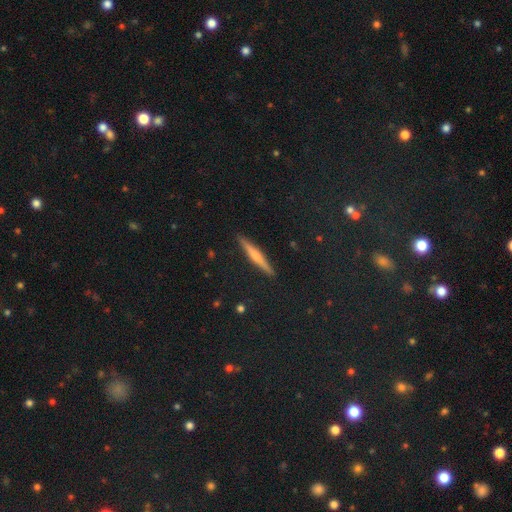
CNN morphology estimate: Q: Smooth or featured?
A: featured or disk (53%); runner-up: smooth (37%)
Q: Edge-on disk?
A: yes (96%); runner-up: no (4%)
Q: Edge-on bulge?
A: rounded (68%); runner-up: none (21%)
Q: Merging?
A: none (91%); runner-up: minor disturbance (6%)